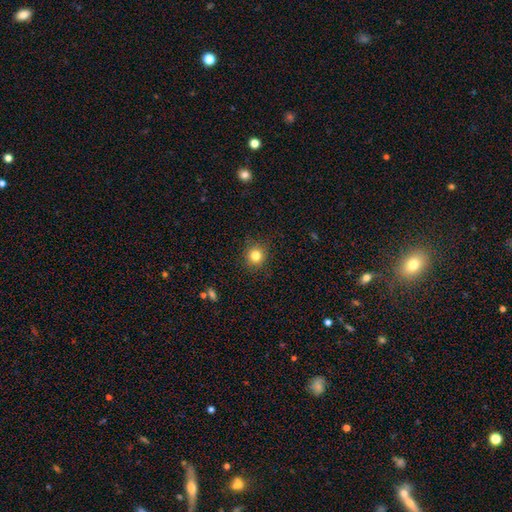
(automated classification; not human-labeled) Smooth or featured: smooth — 82% (star or artifact — 13%)
How rounded: round — 89% (in between — 10%)
Merging: none — 89% (minor disturbance — 8%)